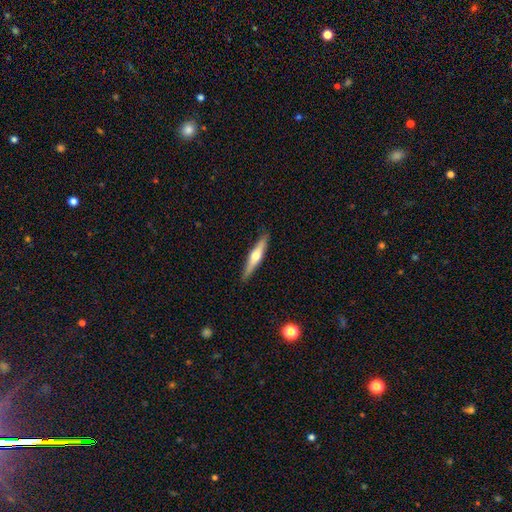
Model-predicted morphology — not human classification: This appears to be a featured or disk galaxy (54%) viewed edge-on (95%) with a rounded central bulge (91%). Merging: none (89%).